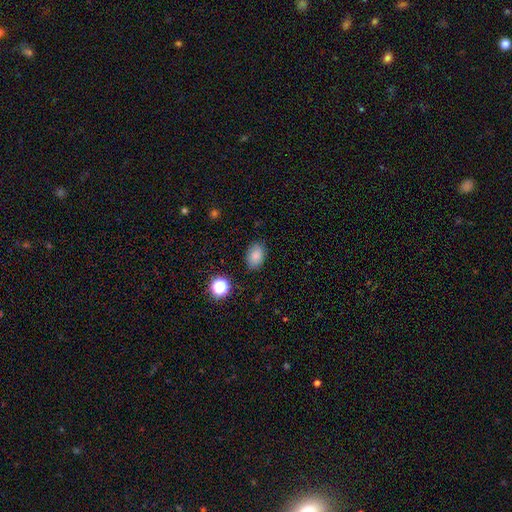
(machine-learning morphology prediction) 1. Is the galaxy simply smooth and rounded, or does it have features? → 83% smooth, 11% star or artifact, 6% featured or disk.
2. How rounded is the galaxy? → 76% in between, 23% round, 1% cigar-shaped.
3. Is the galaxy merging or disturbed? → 84% none, 12% minor disturbance, 3% major disturbance, 2% merger.